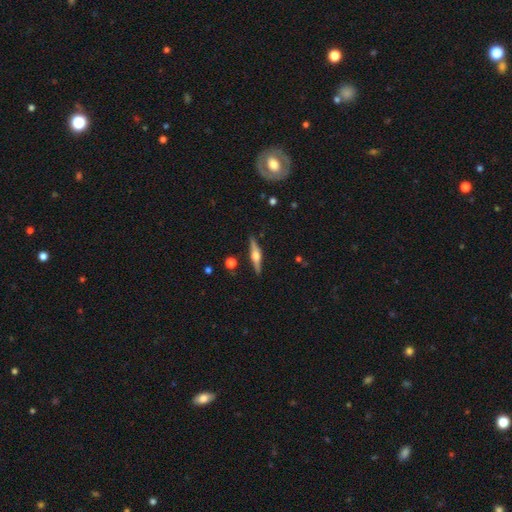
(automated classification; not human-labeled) Smooth or featured? Predicted: featured or disk (p=0.72). Edge-on disk? Predicted: yes (p=0.97). Edge-on bulge? Predicted: rounded (p=0.92). Merging? Predicted: none (p=0.89).